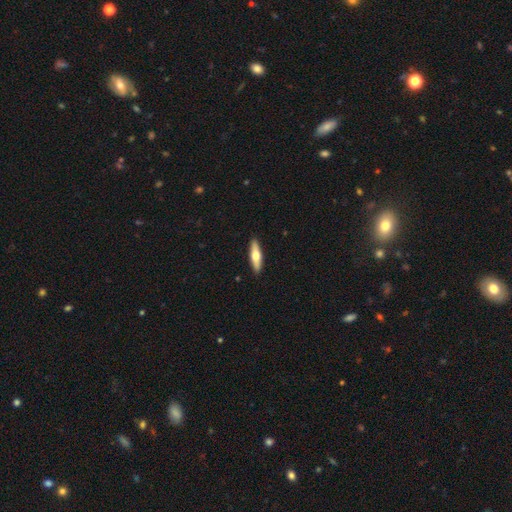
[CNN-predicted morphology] Smooth or featured: smooth — 53% (featured or disk — 42%)
How rounded: cigar-shaped — 66% (in between — 32%)
Merging: none — 91% (minor disturbance — 7%)